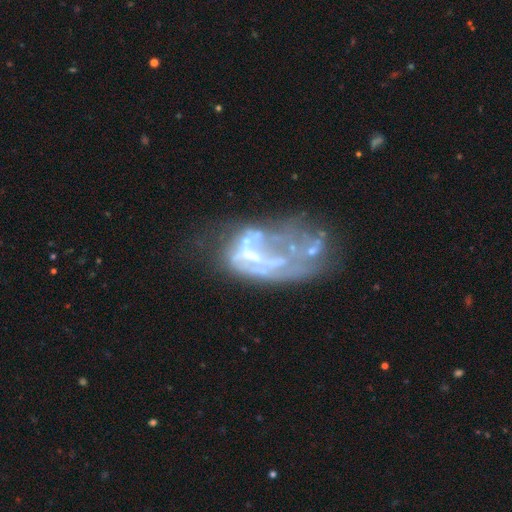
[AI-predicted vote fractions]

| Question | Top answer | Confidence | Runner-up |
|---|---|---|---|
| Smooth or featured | featured or disk | 70% | smooth (16%) |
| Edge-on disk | no | 97% | yes (3%) |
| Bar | no | 73% | weak (18%) |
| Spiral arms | no | 80% | yes (20%) |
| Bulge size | none | 52% | small (26%) |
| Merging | major disturbance | 41% | merger (22%) |